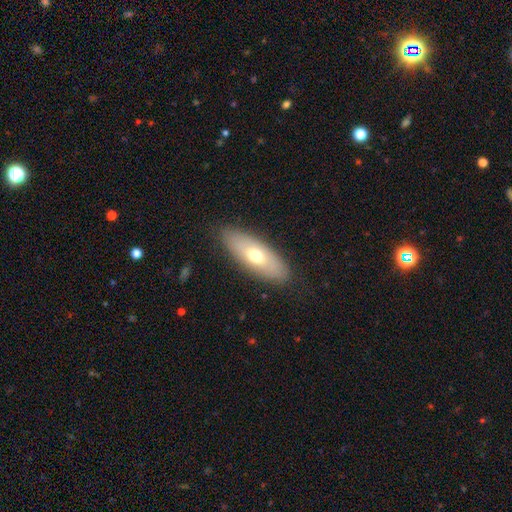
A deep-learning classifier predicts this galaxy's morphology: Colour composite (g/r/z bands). It shows a smooth galaxy with no disk features (60%) that is in between round and cigar-shaped (73%). Merging: none (85%).